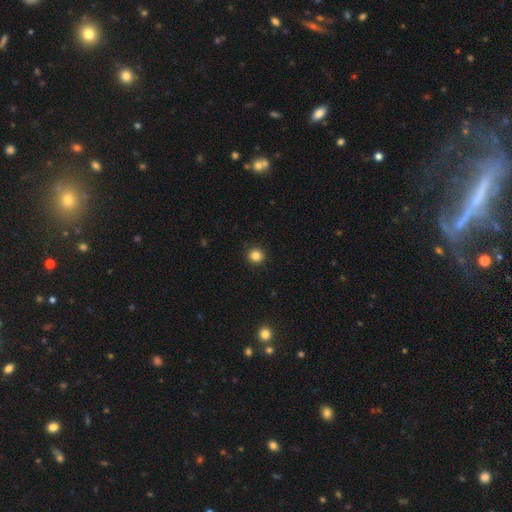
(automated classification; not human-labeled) smooth-or-featured: smooth: 84% | star or artifact: 11% | featured or disk: 4%
  how-rounded: round: 95% | in between: 4% | cigar-shaped: 1%
  merging: none: 93% | minor disturbance: 5% | major disturbance: 2% | merger: 1%